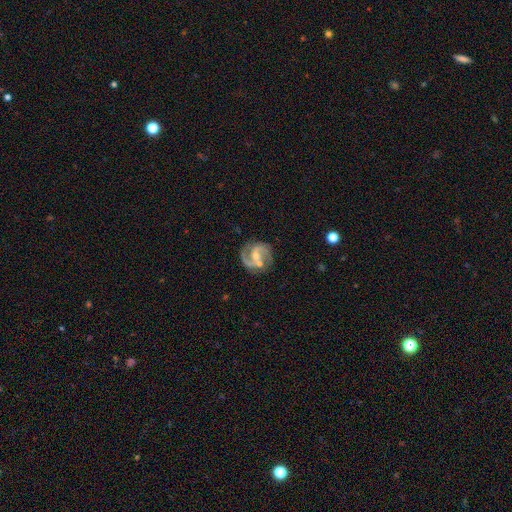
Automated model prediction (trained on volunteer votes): A featured or disk galaxy (88%) with a weak bar (45%), 2 (87%) medium (58%) spiral arms (96%) and a small central bulge (47%, tied with moderate). Merging: none (68%).